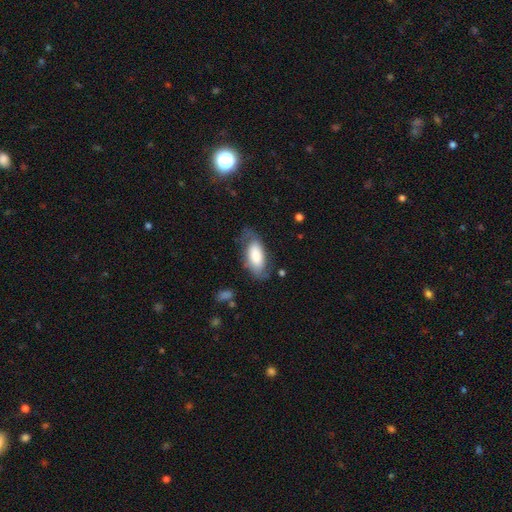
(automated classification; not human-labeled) smooth-or-featured: smooth: 71% | featured or disk: 23% | star or artifact: 6%
  how-rounded: in between: 90% | cigar-shaped: 8% | round: 2%
  merging: none: 61% | minor disturbance: 25% | major disturbance: 12% | merger: 2%